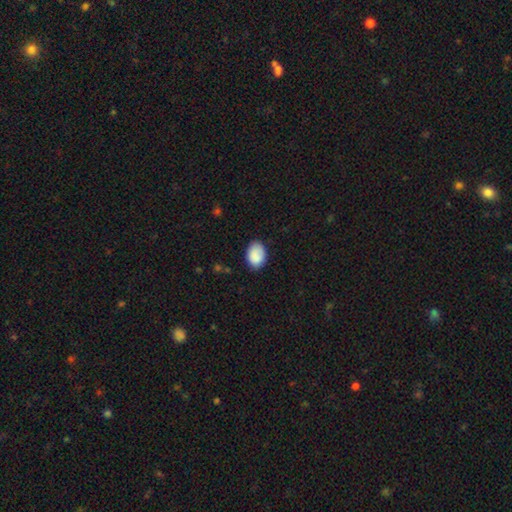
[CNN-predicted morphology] smooth-or-featured: smooth: 89% | star or artifact: 7% | featured or disk: 4%
  how-rounded: in between: 80% | round: 19% | cigar-shaped: 1%
  merging: none: 78% | minor disturbance: 18% | major disturbance: 3% | merger: 1%